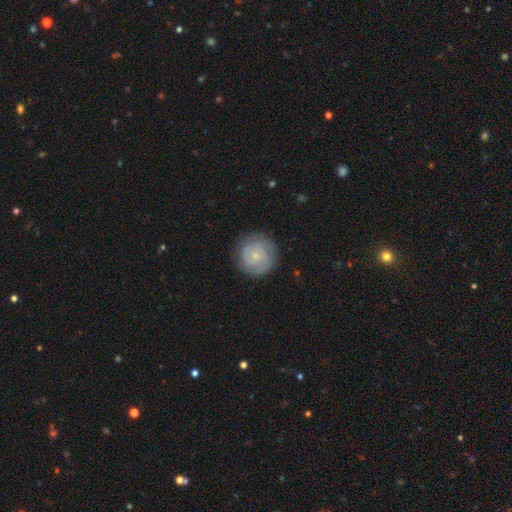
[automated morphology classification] Smooth or featured: smooth — 47% (featured or disk — 46%)
Merging: none — 82% (minor disturbance — 13%)